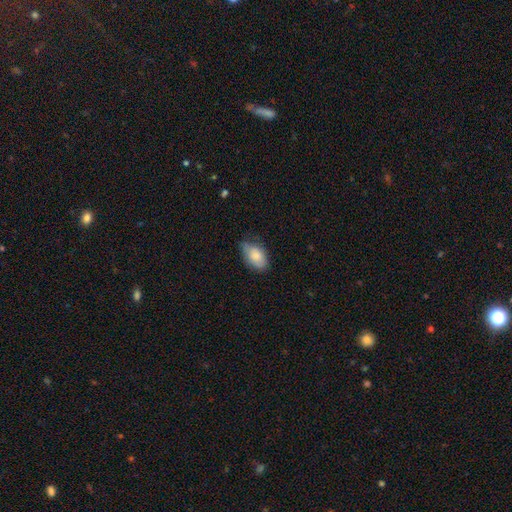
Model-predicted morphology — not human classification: This appears to be a smooth galaxy with no disk features (80%) that is in between round and cigar-shaped (92%). Merging: none (64%).